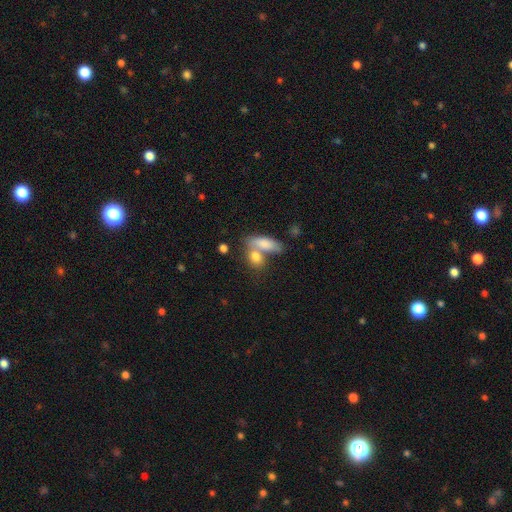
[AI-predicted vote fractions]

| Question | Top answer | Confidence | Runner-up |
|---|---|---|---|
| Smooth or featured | smooth | 38% | featured or disk (37%) |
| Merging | merger | 49% | none (32%) |